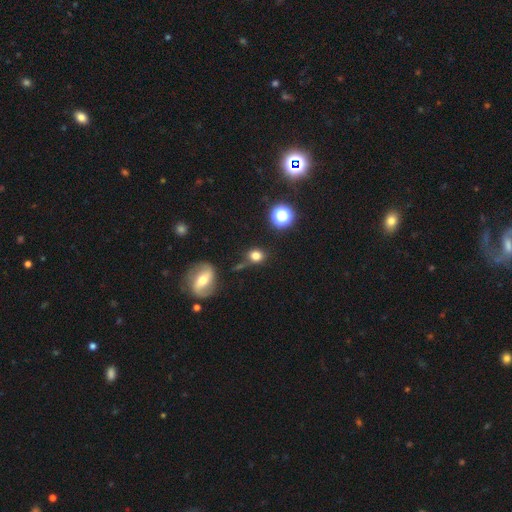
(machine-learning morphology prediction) This appears to be a smooth galaxy with no disk features (76%) that is round (69%). Merging: none (69%).